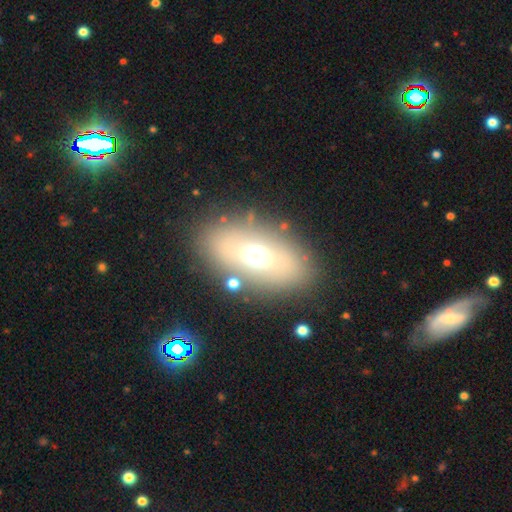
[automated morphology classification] A smooth galaxy with no disk features (59%) that is in between round and cigar-shaped (82%). Merging: none (81%).